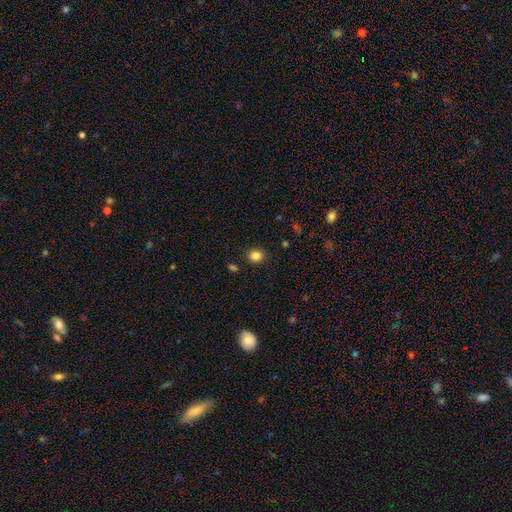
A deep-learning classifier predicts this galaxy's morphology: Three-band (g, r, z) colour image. It shows a smooth galaxy with no disk features (83%) that is round (81%). Merging: none (89%).